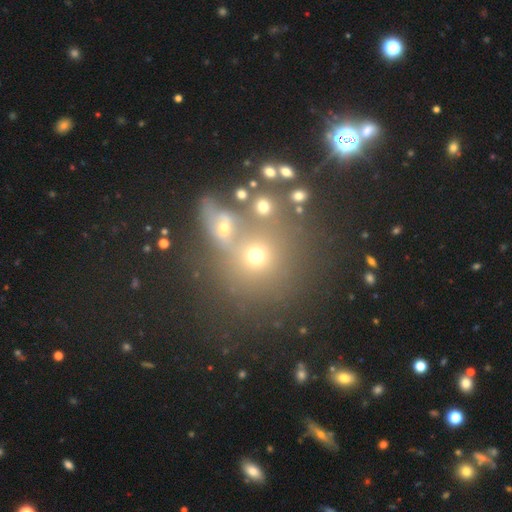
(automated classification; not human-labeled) Morphology: type=smooth (52%); roundness=round (83%); merging=none (53%).